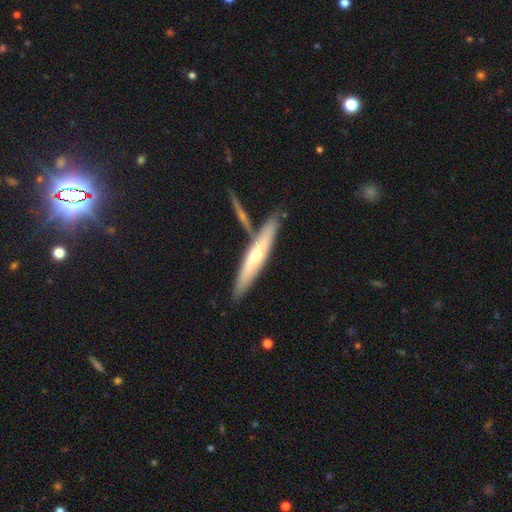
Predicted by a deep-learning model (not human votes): This appears to be a featured or disk galaxy (59%) viewed edge-on (86%) with a rounded central bulge (75%). Merging: none (77%).